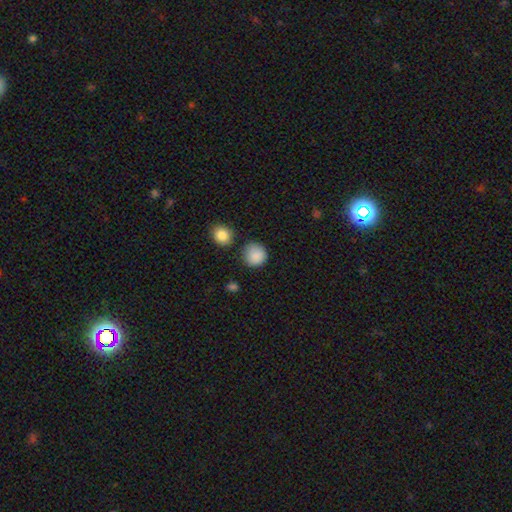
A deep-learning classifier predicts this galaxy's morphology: Smooth or featured? smooth (88%)
How rounded? round (91%)
Merging? none (78%)